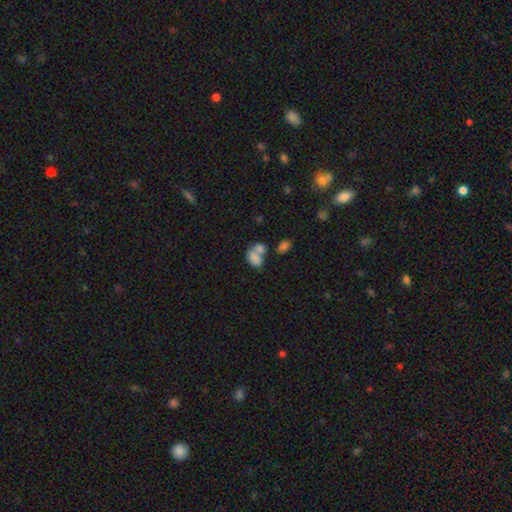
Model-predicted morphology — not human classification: Smooth or featured: smooth — 74% (featured or disk — 16%)
How rounded: in between — 82% (round — 17%)
Merging: merger — 62% (none — 21%)